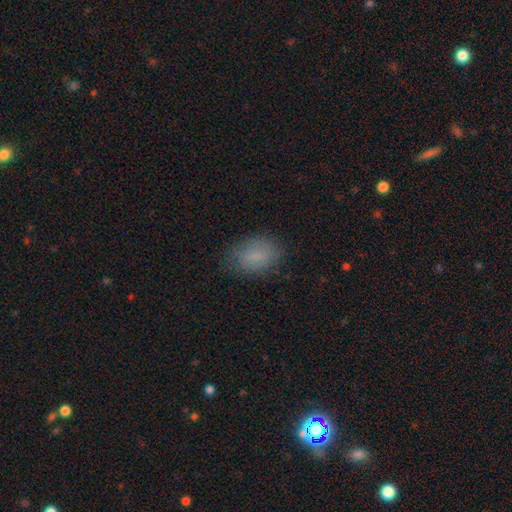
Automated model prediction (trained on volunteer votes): Smooth or featured? smooth (80%)
How rounded? in between (83%)
Merging? none (76%)